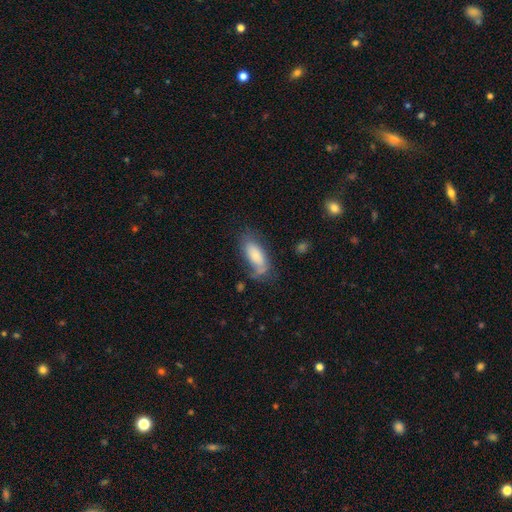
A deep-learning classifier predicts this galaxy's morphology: Smooth or featured?
  - smooth: 77% *
  - featured or disk: 16%
  - star or artifact: 7%
How rounded?
  - in between: 80% *
  - cigar-shaped: 18%
  - round: 2%
Merging?
  - none: 48% *
  - minor disturbance: 29%
  - major disturbance: 17%
  - merger: 7%